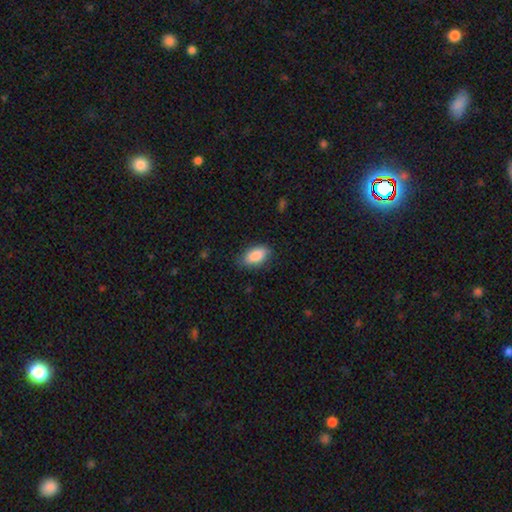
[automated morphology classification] Smooth or featured? smooth (87%)
How rounded? in between (92%)
Merging? none (80%)